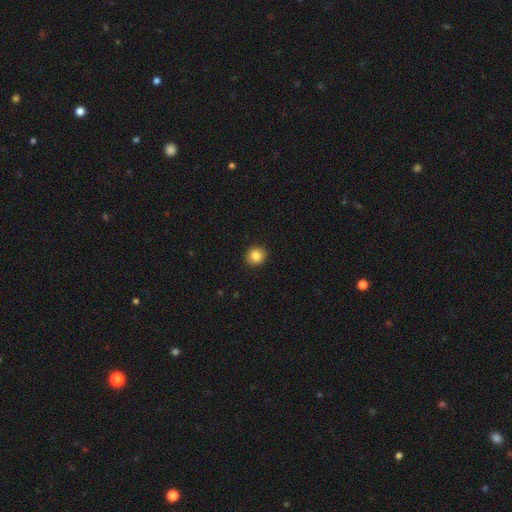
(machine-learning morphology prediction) This appears to be a smooth galaxy with no disk features (85%) that is round (88%). Merging: none (92%).